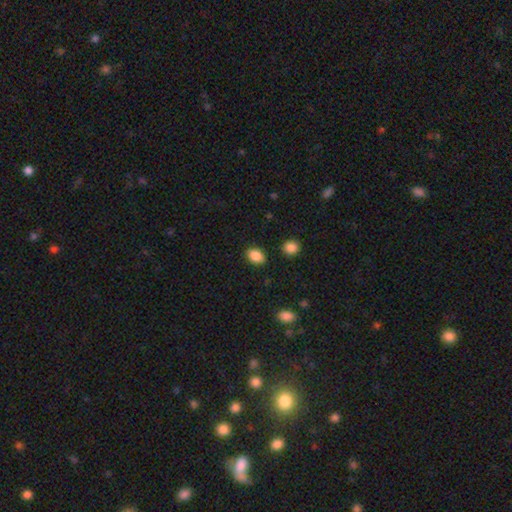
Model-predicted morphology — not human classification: smooth 88%, star or artifact 9%, featured or disk 4%. Down the decision tree: how rounded — in between (79%); merging — none (86%).